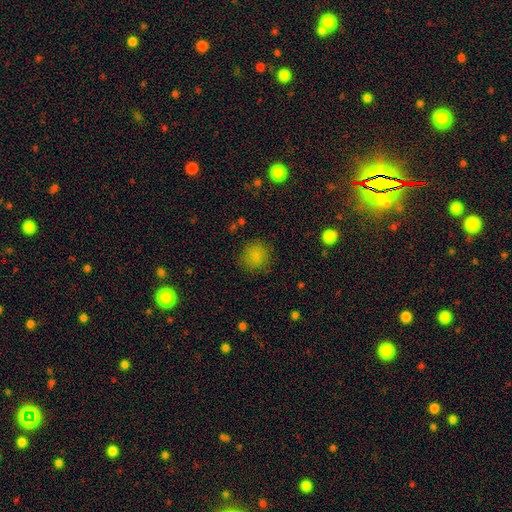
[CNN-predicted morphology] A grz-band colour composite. It shows a smooth galaxy with no disk features (82%) that is round (89%). Merging: none (83%).